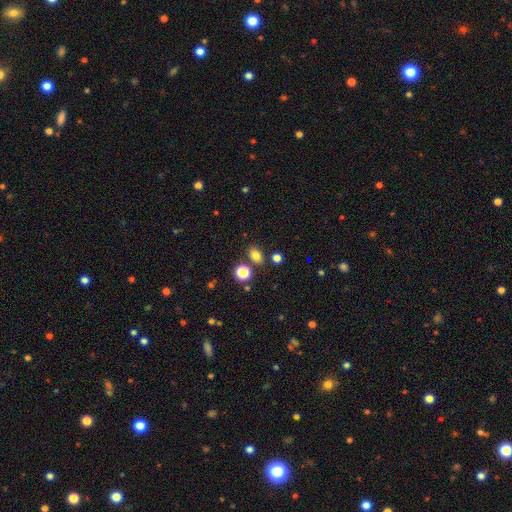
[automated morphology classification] Smooth or featured?
  - smooth: 79% *
  - star or artifact: 16%
  - featured or disk: 6%
How rounded?
  - in between: 68% *
  - round: 31%
  - cigar-shaped: 1%
Merging?
  - none: 78% *
  - minor disturbance: 10%
  - merger: 8%
  - major disturbance: 3%